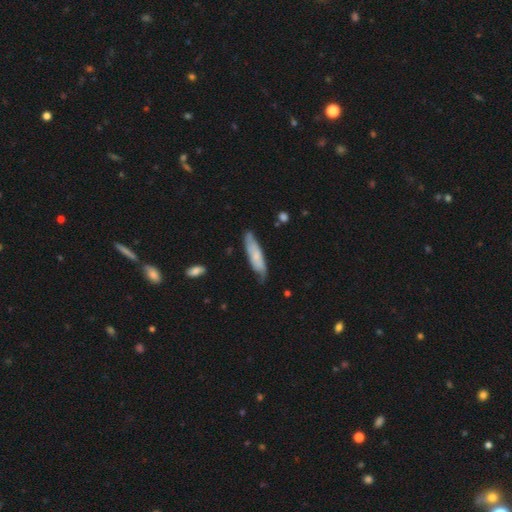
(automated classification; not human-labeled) Morphology: type=smooth (54%); roundness=cigar-shaped (68%); merging=none (66%).